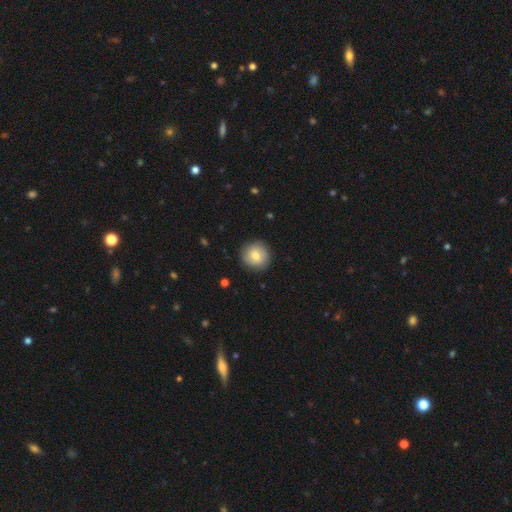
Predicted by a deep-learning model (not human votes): The model was most divided on "smooth or featured": smooth: 77%, featured or disk: 16%, star or artifact: 8%. More confident: how rounded — round (93%); merging — none (89%).